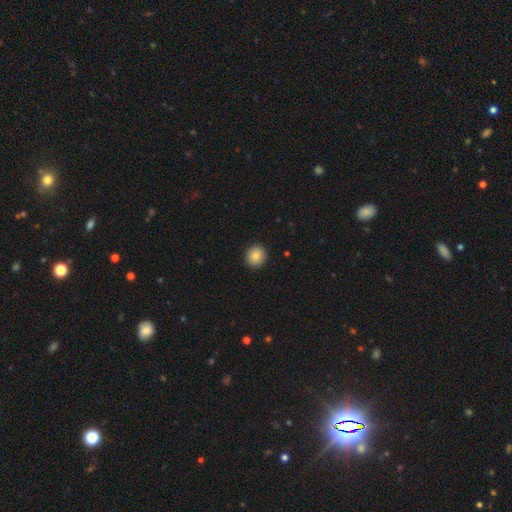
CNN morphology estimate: smooth 85%, star or artifact 9%, featured or disk 6%. Down the decision tree: how rounded — round (87%); merging — none (92%).